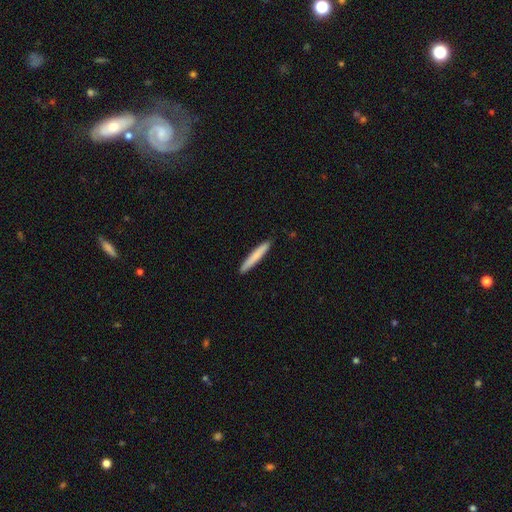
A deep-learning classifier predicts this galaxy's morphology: A smooth galaxy with no disk features (78%) that is cigar-shaped (95%).

Vote fractions:
- Smooth or featured? smooth: 78% / featured or disk: 17% / star or artifact: 5%
- How rounded? cigar-shaped: 95% / in between: 4% / round: 1%
- Merging? none: 91% / minor disturbance: 7% / major disturbance: 1% / merger: 1%